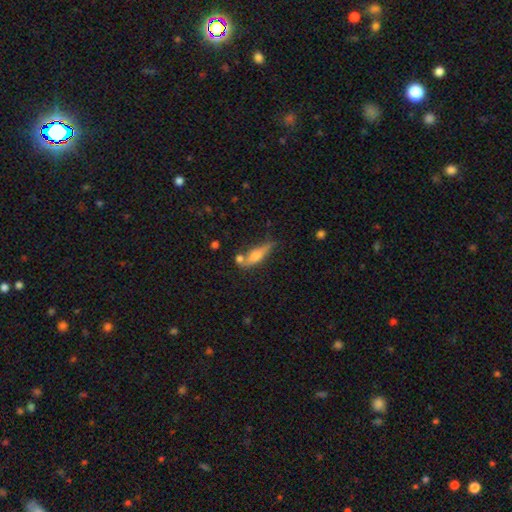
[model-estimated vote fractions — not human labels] This is possibly a smooth galaxy (58%). How rounded: likely cigar-shaped (60%). Merging: possibly none (50%).